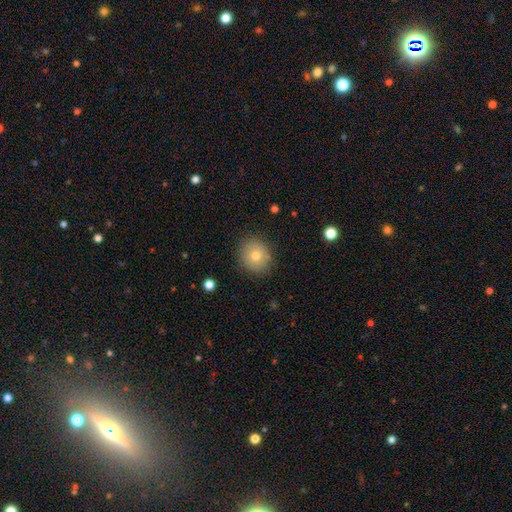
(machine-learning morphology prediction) Smooth or featured? smooth (74%)
How rounded? round (82%)
Merging? none (87%)